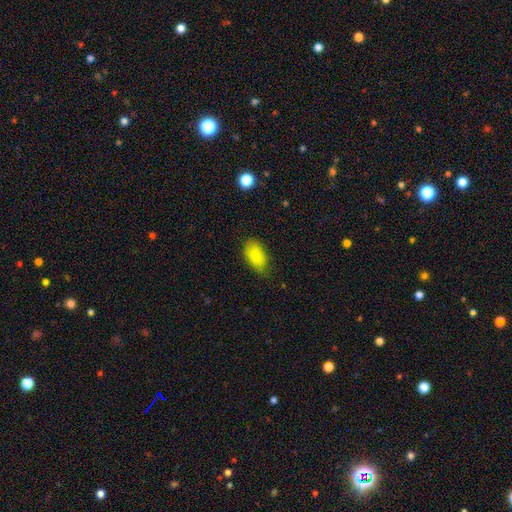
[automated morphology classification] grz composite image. It shows a smooth galaxy with no disk features (87%) that is in between round and cigar-shaped (93%). Merging: none (78%).